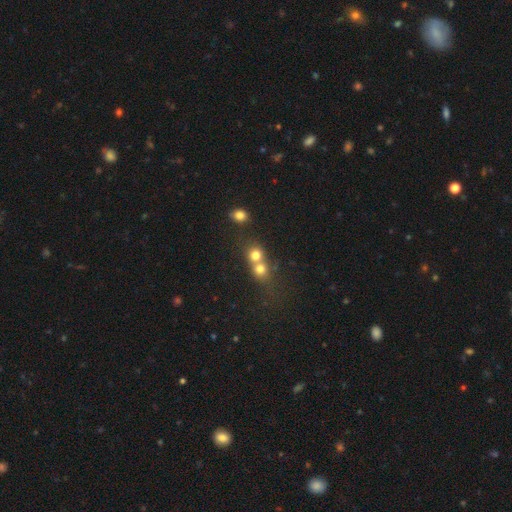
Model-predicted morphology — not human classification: Smooth or featured?
  - smooth: 74% *
  - star or artifact: 14%
  - featured or disk: 12%
How rounded?
  - round: 82% *
  - in between: 17%
  - cigar-shaped: 1%
Merging?
  - merger: 60% *
  - none: 32%
  - minor disturbance: 5%
  - major disturbance: 3%